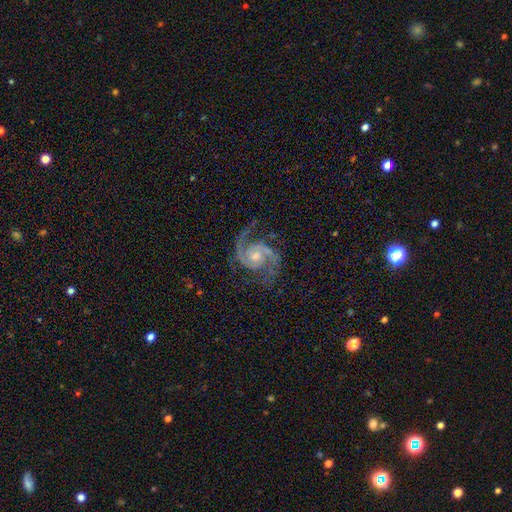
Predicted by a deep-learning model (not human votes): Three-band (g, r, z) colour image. It shows a featured or disk galaxy (93%) with no bar (67%), 2 (90%) medium (60%) spiral arms (99%) and a small central bulge (49%). Merging: none (78%).